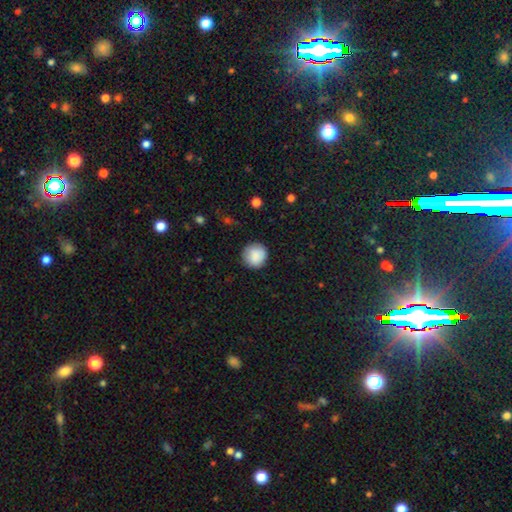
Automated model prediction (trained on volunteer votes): smooth-or-featured: smooth: 88% | star or artifact: 8% | featured or disk: 5%
  how-rounded: round: 94% | in between: 5% | cigar-shaped: 1%
  merging: none: 87% | minor disturbance: 9% | major disturbance: 2% | merger: 1%